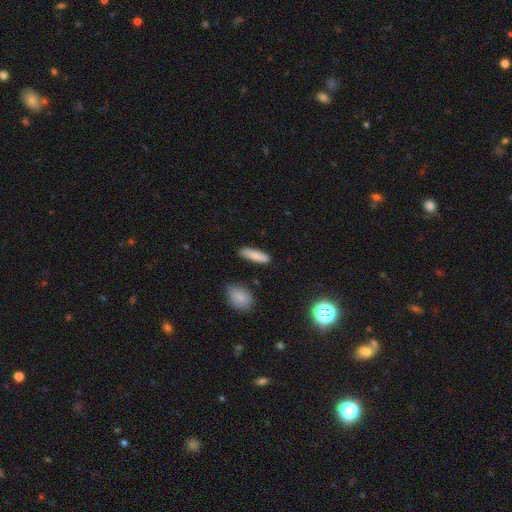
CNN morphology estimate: smooth 82%, featured or disk 11%, star or artifact 7%. Down the decision tree: how rounded — cigar-shaped (63%); merging — none (85%).